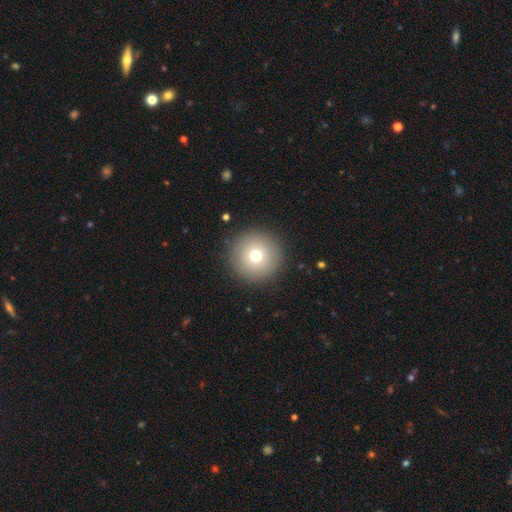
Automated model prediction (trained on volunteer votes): Smooth or featured? Predicted: smooth (p=0.73). How rounded? Predicted: round (p=0.97). Merging? Predicted: none (p=0.91).